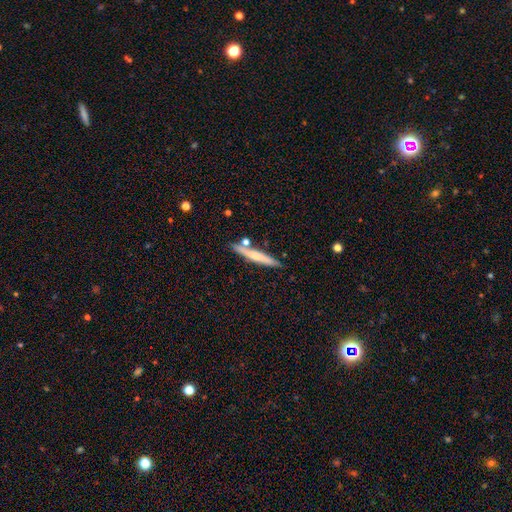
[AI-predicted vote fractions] Morphology: type=smooth (52%); roundness=cigar-shaped (93%); merging=none (78%).